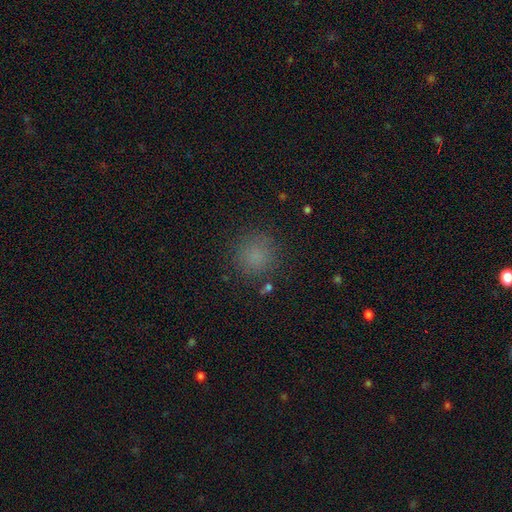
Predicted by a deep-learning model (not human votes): Smooth or featured: smooth — 77% (star or artifact — 18%)
How rounded: round — 93% (in between — 6%)
Merging: none — 85% (minor disturbance — 9%)